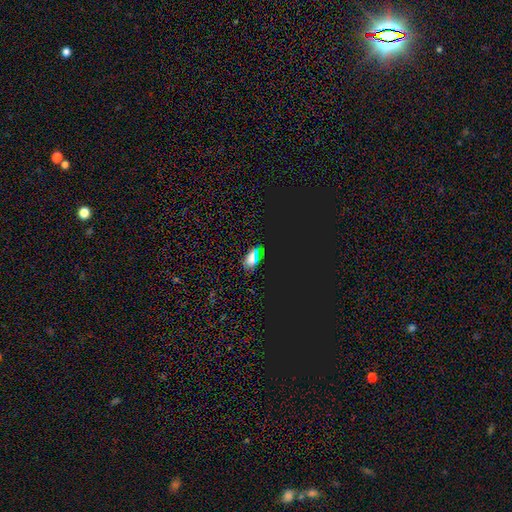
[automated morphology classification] This appears to be a star or artifact, not a galaxy (53%).